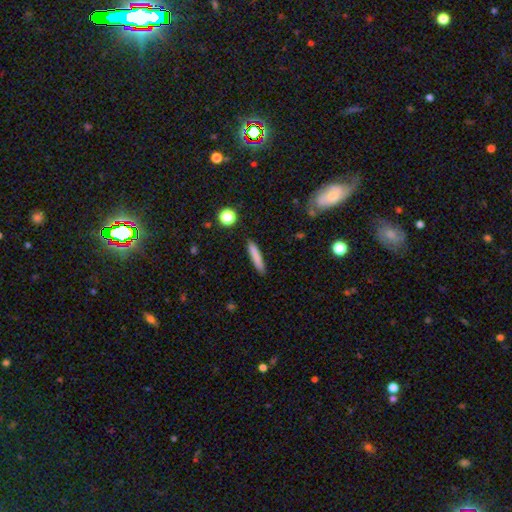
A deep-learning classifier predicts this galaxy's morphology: smooth 80%, featured or disk 12%, star or artifact 8%. Down the decision tree: how rounded — cigar-shaped (92%); merging — none (89%).